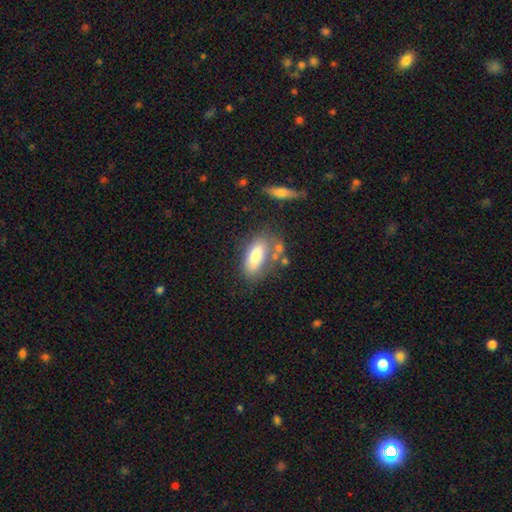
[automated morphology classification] The model was most divided on "merging": none: 59%, minor disturbance: 20%, merger: 13%, major disturbance: 8%. More confident: how rounded — in between (81%); smooth or featured — smooth (75%).